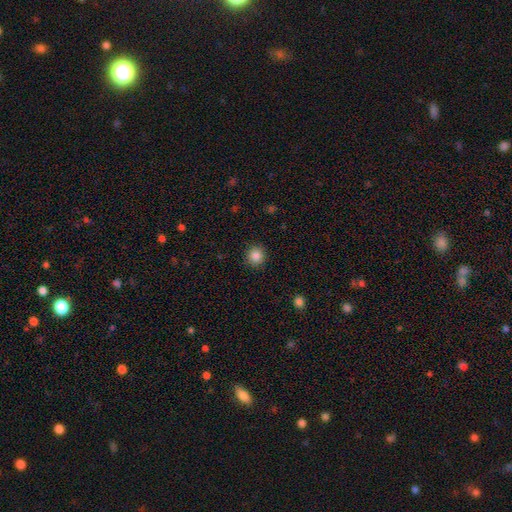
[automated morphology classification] This appears to be a smooth galaxy with no disk features (85%) that is round (92%). Merging: none (91%).